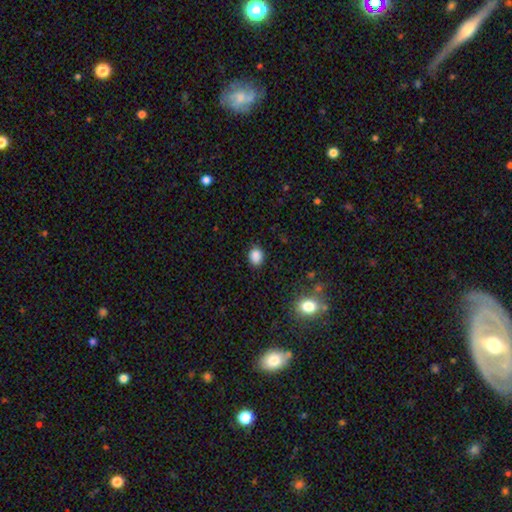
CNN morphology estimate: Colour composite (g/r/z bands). It shows a smooth galaxy with no disk features (86%) that is in between round and cigar-shaped (51%). Merging: none (84%).